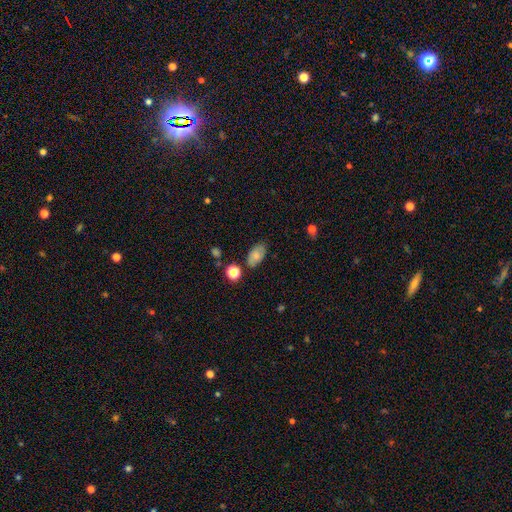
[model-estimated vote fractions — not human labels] Smooth or featured: smooth — 74% (featured or disk — 18%)
How rounded: in between — 92% (round — 6%)
Merging: none — 79% (minor disturbance — 15%)